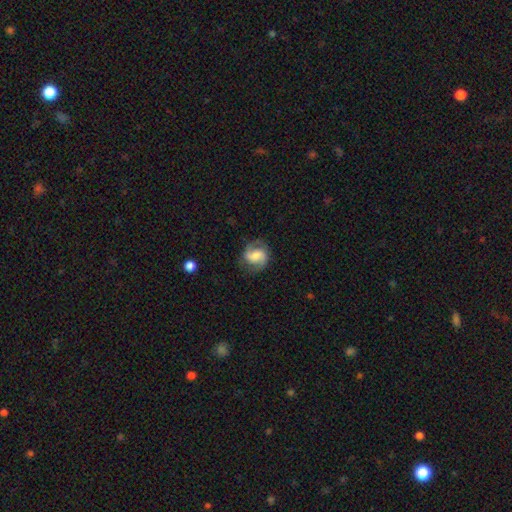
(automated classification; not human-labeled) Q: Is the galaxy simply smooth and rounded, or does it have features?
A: featured or disk — 65%.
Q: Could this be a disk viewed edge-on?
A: no — 97%.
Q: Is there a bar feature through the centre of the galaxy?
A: weak — 43%.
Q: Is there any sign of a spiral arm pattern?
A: yes — 92%.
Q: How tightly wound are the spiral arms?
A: medium — 48%.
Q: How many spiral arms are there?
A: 2 — 87%.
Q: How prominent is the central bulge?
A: moderate — 41%.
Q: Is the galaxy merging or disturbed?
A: none — 74%.